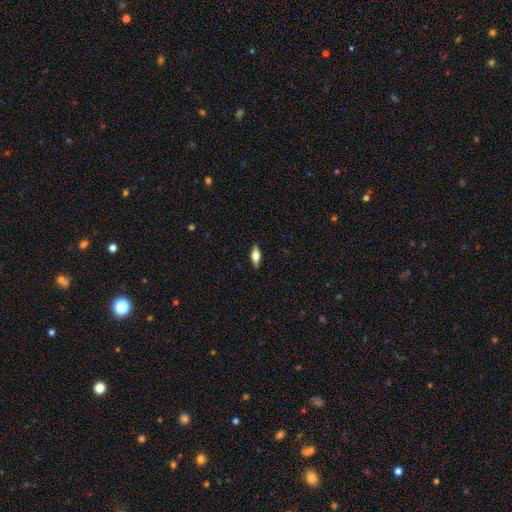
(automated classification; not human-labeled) Smooth or featured? smooth (57%)
How rounded? in between (67%)
Merging? none (90%)